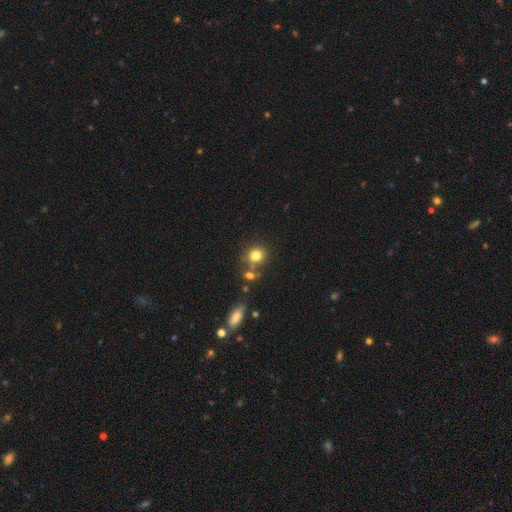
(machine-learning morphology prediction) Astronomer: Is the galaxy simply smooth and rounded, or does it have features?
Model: smooth — 80%.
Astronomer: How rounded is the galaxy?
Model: round — 83%.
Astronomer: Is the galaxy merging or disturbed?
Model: none — 65%.